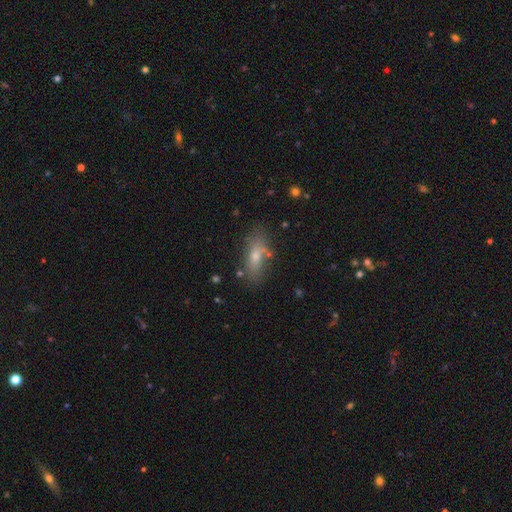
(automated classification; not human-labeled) smooth-or-featured: smooth: 60% | featured or disk: 27% | star or artifact: 12%
  how-rounded: in between: 63% | cigar-shaped: 32% | round: 5%
  merging: none: 74% | minor disturbance: 16% | merger: 5% | major disturbance: 5%